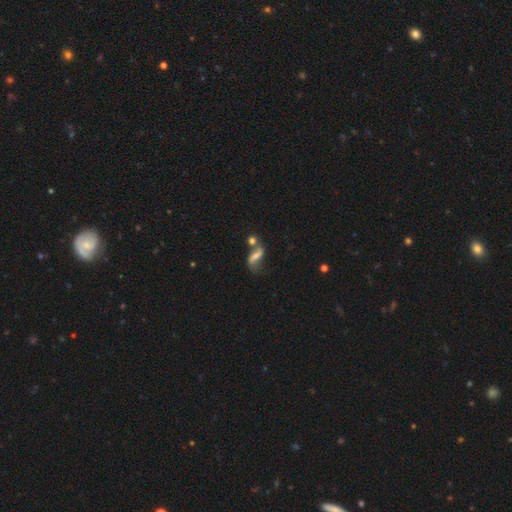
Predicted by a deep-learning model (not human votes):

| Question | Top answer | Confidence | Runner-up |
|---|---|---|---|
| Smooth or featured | featured or disk | 51% | smooth (38%) |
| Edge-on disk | no | 89% | yes (11%) |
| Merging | merger | 35% | none (32%) |